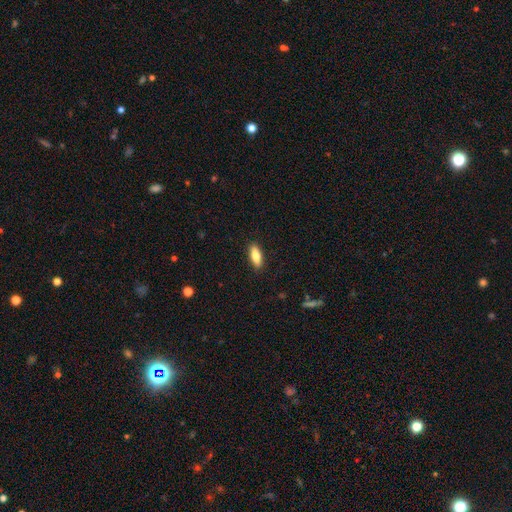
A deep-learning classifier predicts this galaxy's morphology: Smooth or featured? smooth (80%)
How rounded? in between (69%)
Merging? none (89%)